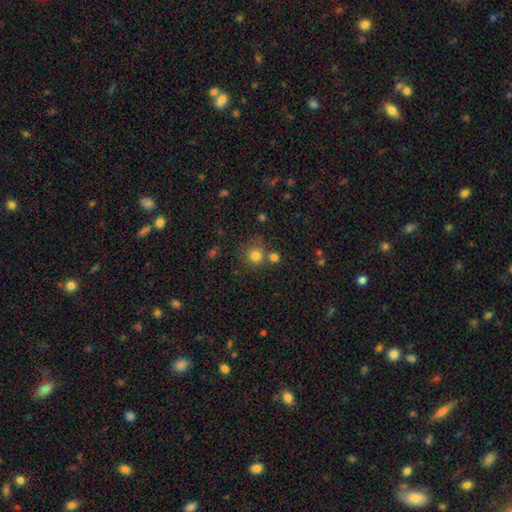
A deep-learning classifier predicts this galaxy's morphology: A smooth galaxy with no disk features (80%) that is round (90%).

Vote fractions:
- Smooth or featured? smooth: 80% / star or artifact: 13% / featured or disk: 7%
- How rounded? round: 90% / in between: 9% / cigar-shaped: 1%
- Merging? none: 64% / merger: 19% / minor disturbance: 11% / major disturbance: 5%